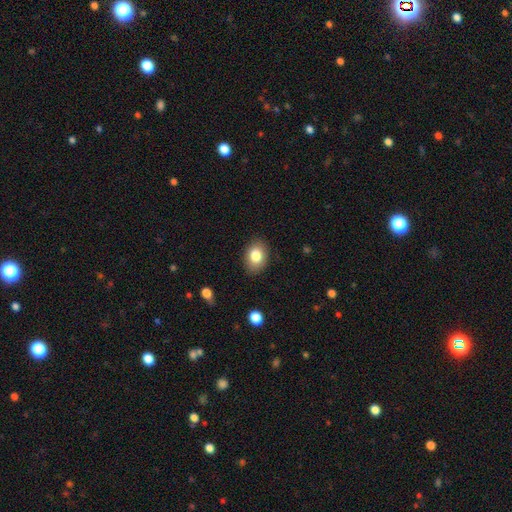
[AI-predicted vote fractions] A smooth galaxy with no disk features (82%) that is in between round and cigar-shaped (73%).

Vote fractions:
- Smooth or featured? smooth: 82% / featured or disk: 9% / star or artifact: 9%
- How rounded? in between: 73% / round: 26% / cigar-shaped: 1%
- Merging? none: 86% / minor disturbance: 11% / major disturbance: 3% / merger: 1%